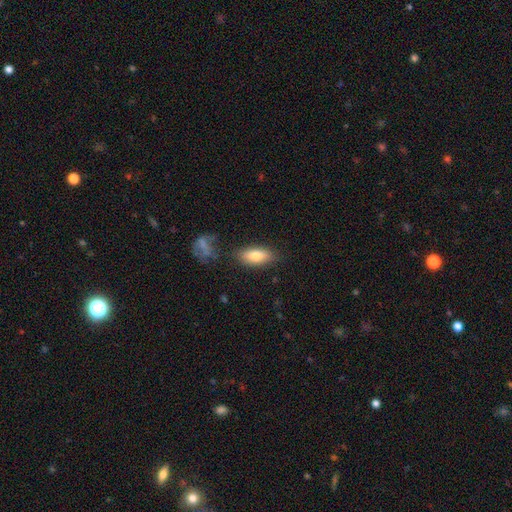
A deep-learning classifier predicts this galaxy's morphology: Smooth or featured: smooth — 77% (featured or disk — 16%)
How rounded: in between — 81% (cigar-shaped — 16%)
Merging: none — 81% (minor disturbance — 13%)